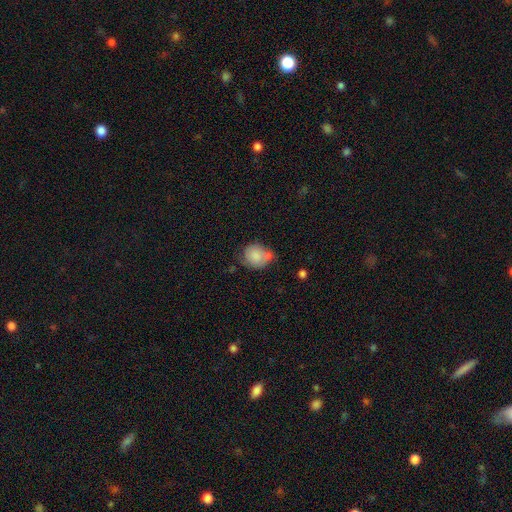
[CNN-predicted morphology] smooth 80%, featured or disk 13%, star or artifact 8%. Down the decision tree: how rounded — round (75%); merging — none (45%).